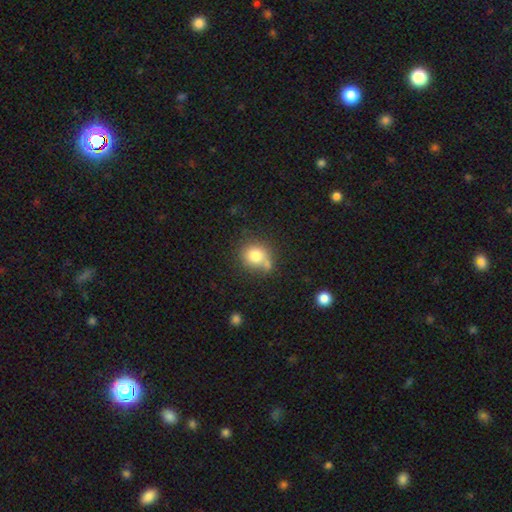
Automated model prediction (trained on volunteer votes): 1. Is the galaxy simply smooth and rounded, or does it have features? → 79% smooth, 11% featured or disk, 10% star or artifact.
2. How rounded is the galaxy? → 78% round, 21% in between, 1% cigar-shaped.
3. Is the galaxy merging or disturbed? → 55% none, 20% merger, 18% minor disturbance, 6% major disturbance.